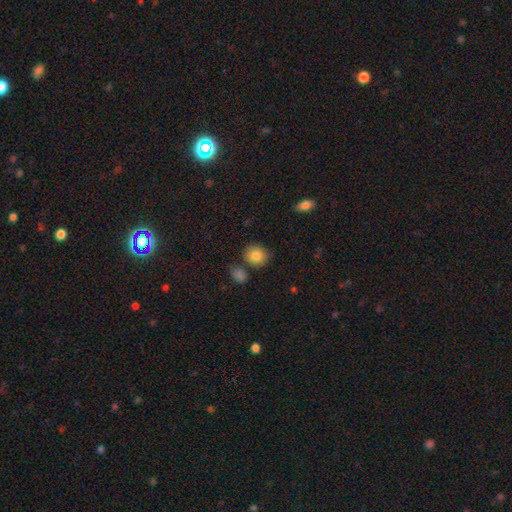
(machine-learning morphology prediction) The model was most divided on "how rounded": round: 76%, in between: 23%, cigar-shaped: 1%. More confident: smooth or featured — smooth (85%); merging — none (76%).